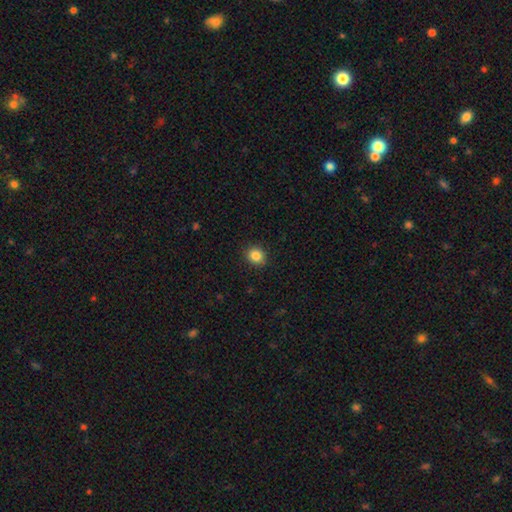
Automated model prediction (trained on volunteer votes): Smooth or featured: smooth — 85% (star or artifact — 11%)
How rounded: round — 83% (in between — 16%)
Merging: none — 91% (minor disturbance — 6%)